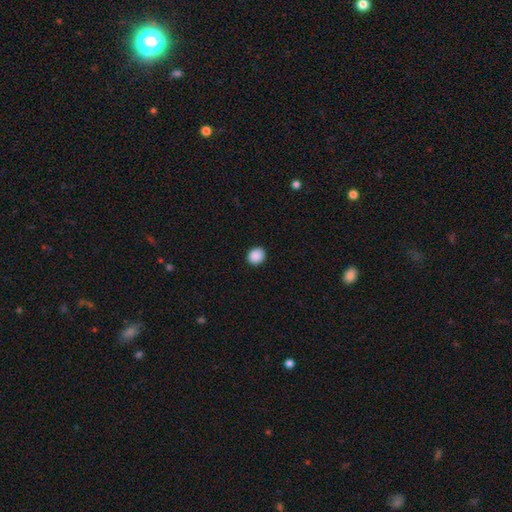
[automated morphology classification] Smooth or featured: smooth — 89% (star or artifact — 8%)
How rounded: round — 77% (in between — 22%)
Merging: none — 91% (minor disturbance — 6%)